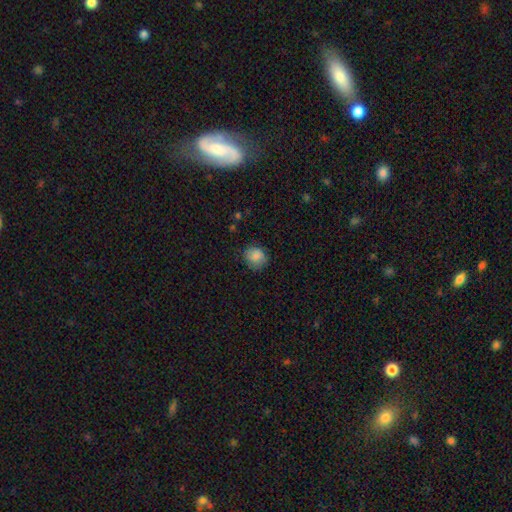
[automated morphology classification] Q: Smooth or featured?
A: smooth (84%); runner-up: star or artifact (8%)
Q: How rounded?
A: round (81%); runner-up: in between (18%)
Q: Merging?
A: none (80%); runner-up: minor disturbance (16%)